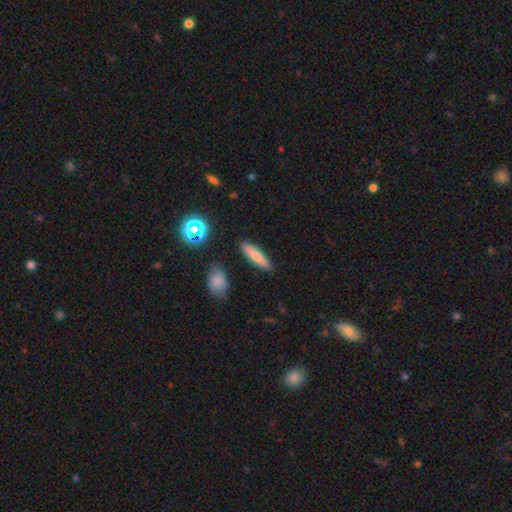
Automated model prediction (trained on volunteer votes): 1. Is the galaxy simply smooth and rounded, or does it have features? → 77% smooth, 15% featured or disk, 9% star or artifact.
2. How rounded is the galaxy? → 76% cigar-shaped, 22% in between, 2% round.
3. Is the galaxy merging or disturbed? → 87% none, 8% minor disturbance, 2% merger, 2% major disturbance.